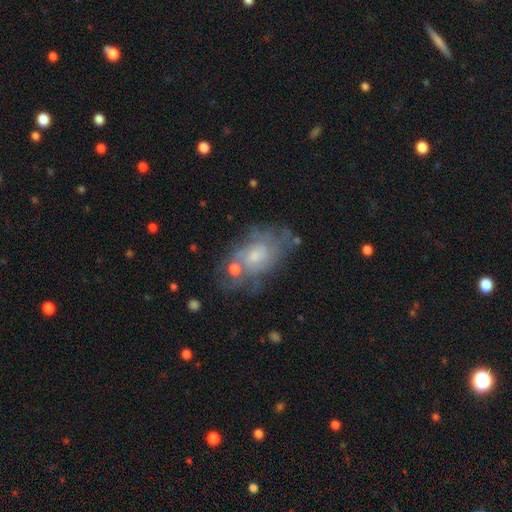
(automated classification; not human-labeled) featured or disk 62%, smooth 28%, star or artifact 9%. Down the decision tree: edge-on disk — no (95%); bar — no (74%); spiral arms — yes (69%); bulge size — small (48%); merging — none (49%).